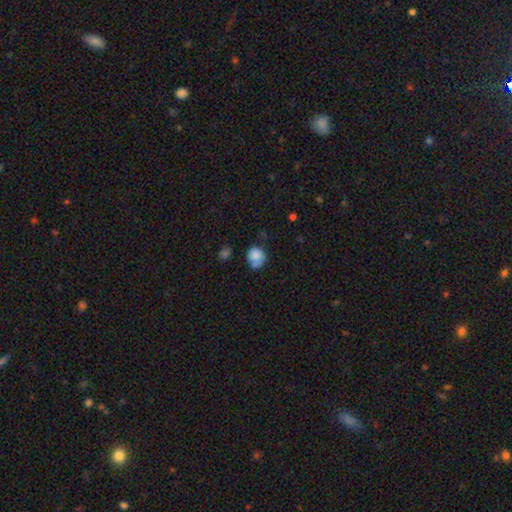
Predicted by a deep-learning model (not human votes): This appears to be a smooth galaxy with no disk features (80%) that is round (72%). Merging: none (46%).